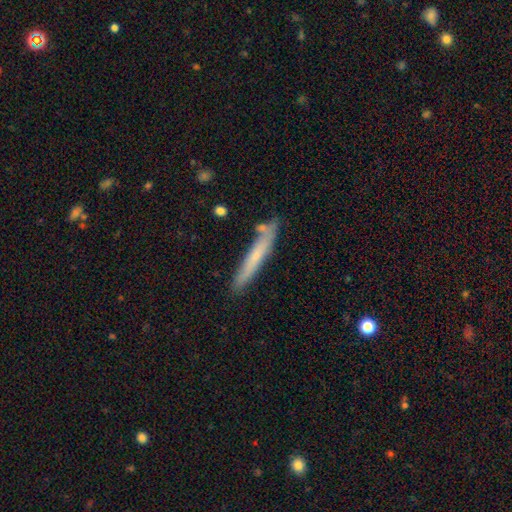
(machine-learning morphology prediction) Smooth or featured? Predicted: smooth (p=0.57). How rounded? Predicted: cigar-shaped (p=0.95). Merging? Predicted: none (p=0.76).